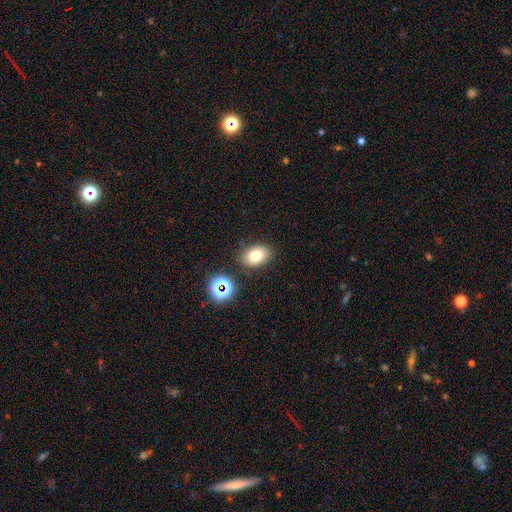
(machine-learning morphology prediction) This is likely a smooth galaxy (76%). How rounded: likely in between (75%). Merging: clearly none (82%).